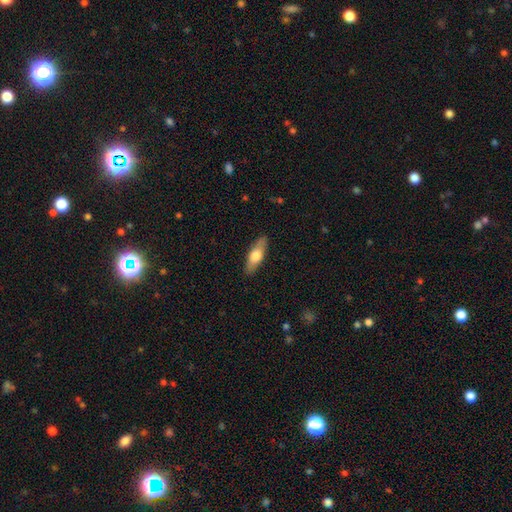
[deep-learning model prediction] A smooth galaxy with no disk features (62%) that is in between round and cigar-shaped (58%).

Vote fractions:
- Smooth or featured? smooth: 62% / featured or disk: 32% / star or artifact: 6%
- How rounded? in between: 58% / cigar-shaped: 39% / round: 3%
- Merging? none: 88% / minor disturbance: 9% / major disturbance: 2% / merger: 1%